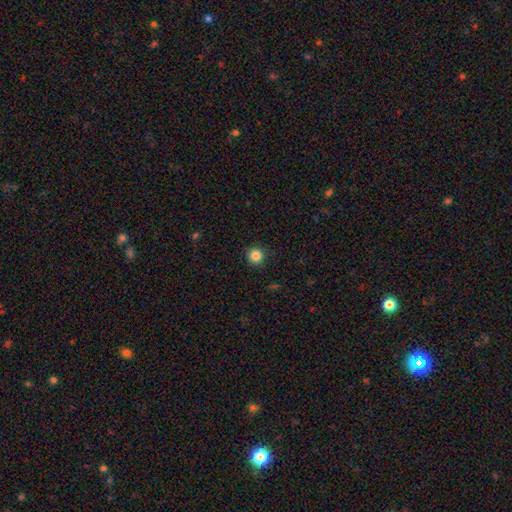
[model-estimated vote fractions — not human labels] Q: Smooth or featured?
A: smooth (85%); runner-up: star or artifact (11%)
Q: How rounded?
A: round (95%); runner-up: in between (4%)
Q: Merging?
A: none (91%); runner-up: minor disturbance (6%)